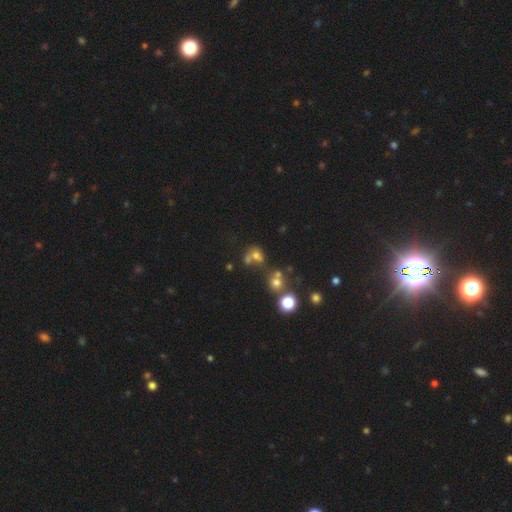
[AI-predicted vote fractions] A smooth galaxy with no disk features (60%) that is round (58%). Merging: none (39%, tied with merger).